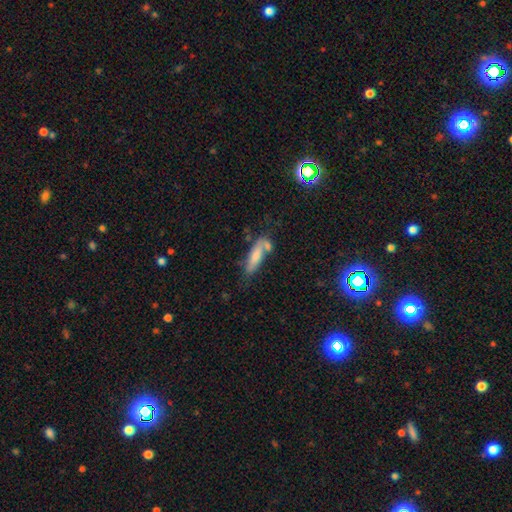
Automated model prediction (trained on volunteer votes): Overall: smooth (72%). How rounded: cigar-shaped (56%; in between 42%). Merging: none (43%; merger 27%).